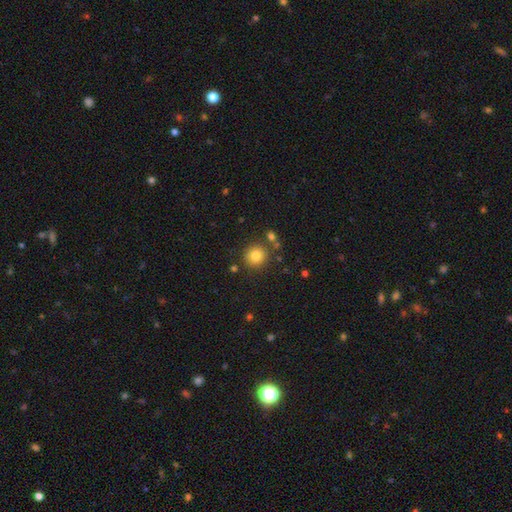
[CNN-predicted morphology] Smooth or featured? smooth (82%)
How rounded? round (91%)
Merging? none (83%)